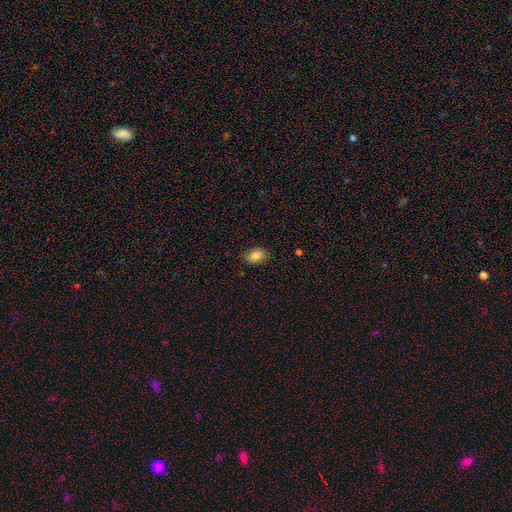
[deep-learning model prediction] smooth_or_featured: smooth (p=0.84) [alt: star or artifact p=0.09]
how_rounded: in between (p=0.82) [alt: round p=0.16]
merging: none (p=0.86) [alt: minor disturbance p=0.11]